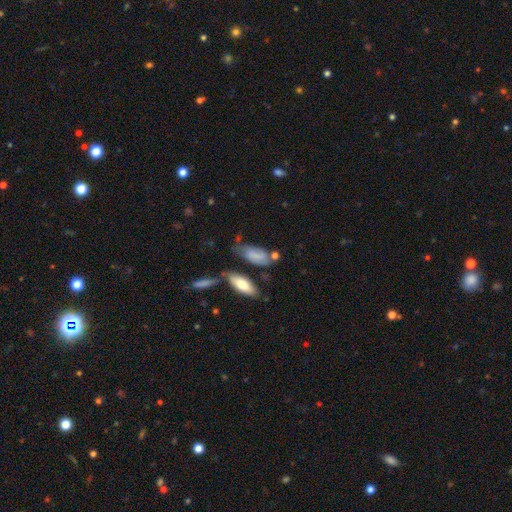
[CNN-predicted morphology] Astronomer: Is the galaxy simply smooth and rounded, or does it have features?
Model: smooth — 69%.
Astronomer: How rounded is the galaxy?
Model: in between — 82%.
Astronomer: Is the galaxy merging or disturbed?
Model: none — 42% (runner-up: minor disturbance, 29%).